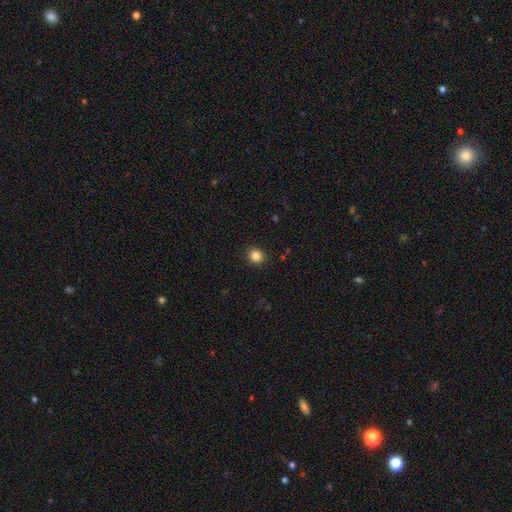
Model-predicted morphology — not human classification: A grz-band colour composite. It shows a smooth galaxy with no disk features (85%) that is round (86%). Merging: none (92%).